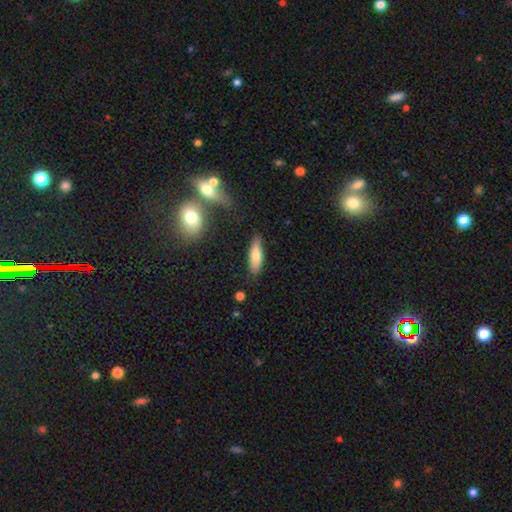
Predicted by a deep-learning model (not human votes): The model was most divided on "how rounded": cigar-shaped: 51%, in between: 47%, round: 2%. More confident: merging — none (82%); smooth or featured — smooth (73%).